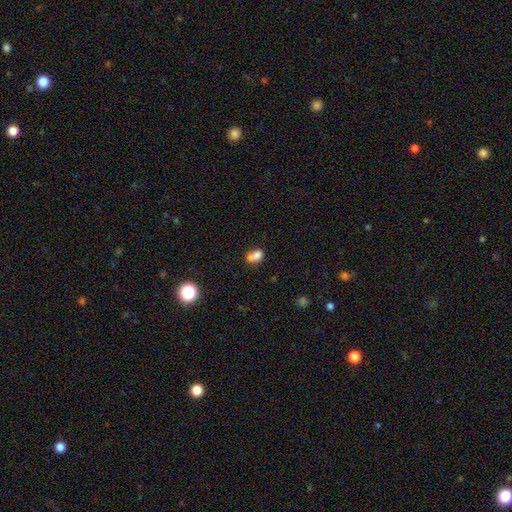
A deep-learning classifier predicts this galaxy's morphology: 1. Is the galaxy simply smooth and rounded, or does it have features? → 74% smooth, 14% featured or disk, 12% star or artifact.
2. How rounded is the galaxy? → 65% in between, 33% round, 2% cigar-shaped.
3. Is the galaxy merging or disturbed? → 47% merger, 32% none, 15% minor disturbance, 6% major disturbance.